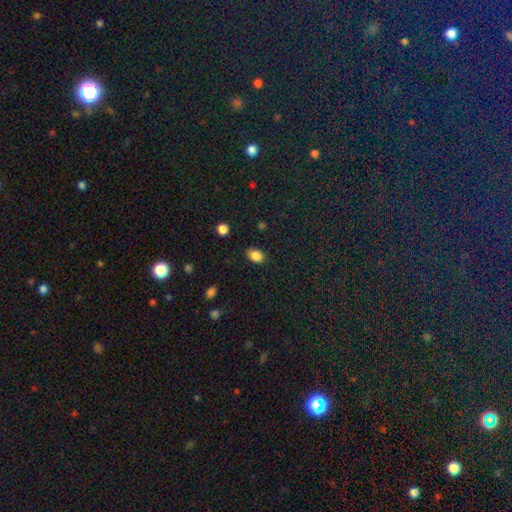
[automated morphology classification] smooth_or_featured: smooth (p=0.86) [alt: star or artifact p=0.09]
how_rounded: in between (p=0.83) [alt: round p=0.16]
merging: none (p=0.84) [alt: minor disturbance p=0.12]